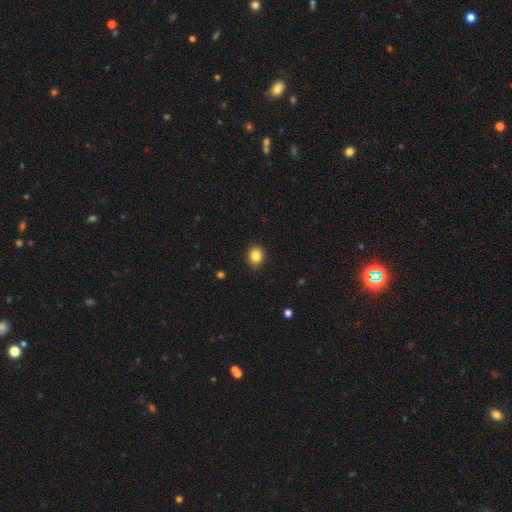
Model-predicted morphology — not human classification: This is clearly a smooth galaxy (85%). How rounded: likely round (64%). Merging: clearly none (90%).